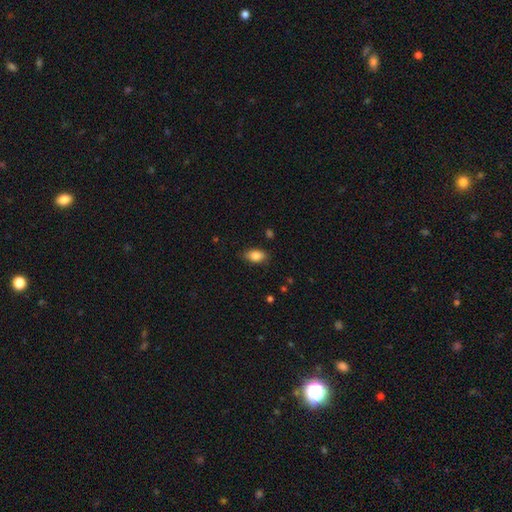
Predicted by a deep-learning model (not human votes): smooth 84%, featured or disk 9%, star or artifact 8%. Down the decision tree: how rounded — in between (88%); merging — none (82%).